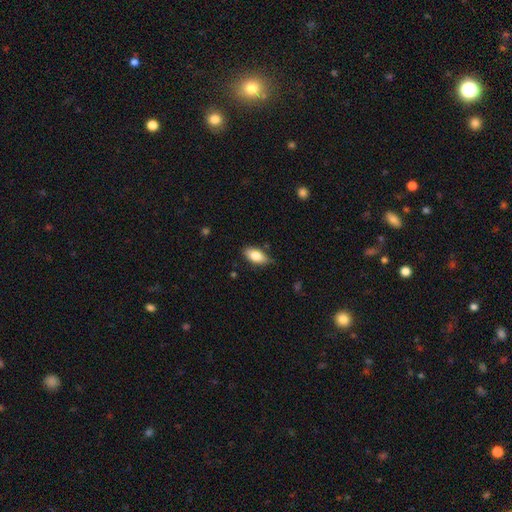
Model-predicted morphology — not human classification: Smooth or featured? smooth (80%)
How rounded? in between (90%)
Merging? none (77%)